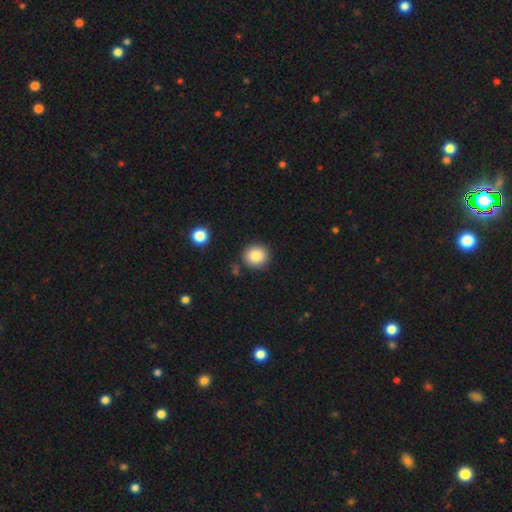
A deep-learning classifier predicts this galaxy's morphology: This appears to be a smooth galaxy with no disk features (84%) that is round (89%). Merging: none (85%).